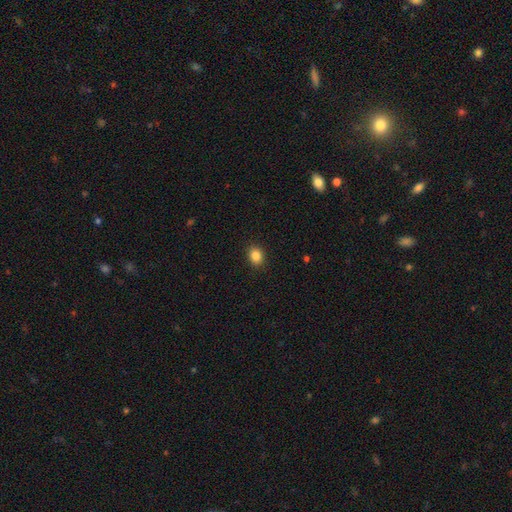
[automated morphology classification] Smooth or featured: smooth — 86% (star or artifact — 10%)
How rounded: in between — 50% (round — 49%)
Merging: none — 90% (minor disturbance — 7%)